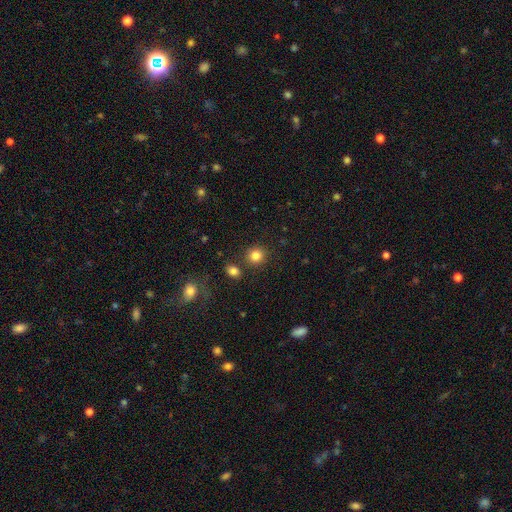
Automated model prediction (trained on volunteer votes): smooth 83%, star or artifact 11%, featured or disk 5%. Down the decision tree: how rounded — round (87%); merging — none (82%).